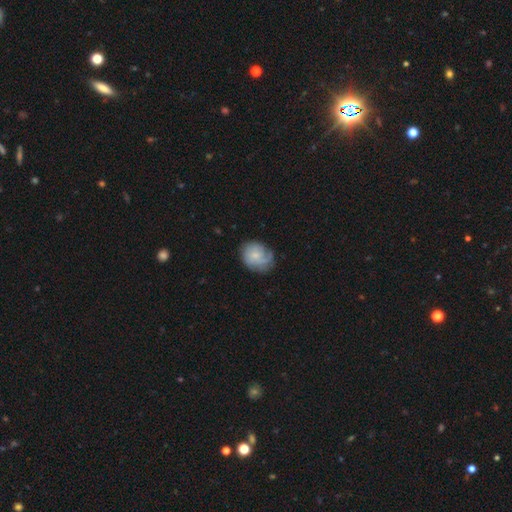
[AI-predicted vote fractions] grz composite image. It shows a featured or disk galaxy (48%). Merging: none (62%).